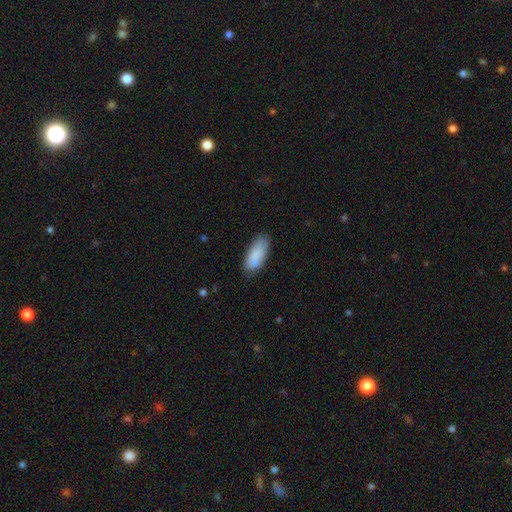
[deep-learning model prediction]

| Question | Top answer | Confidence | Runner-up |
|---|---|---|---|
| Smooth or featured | smooth | 85% | featured or disk (9%) |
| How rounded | in between | 85% | cigar-shaped (13%) |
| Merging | none | 76% | minor disturbance (18%) |